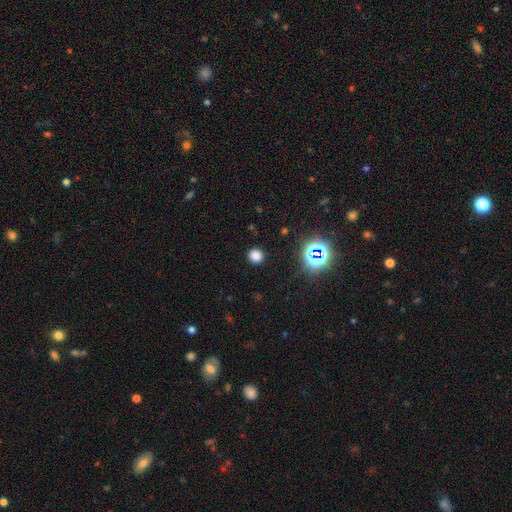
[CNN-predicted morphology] smooth 75%, star or artifact 20%, featured or disk 4%. Down the decision tree: how rounded — round (91%); merging — none (90%).